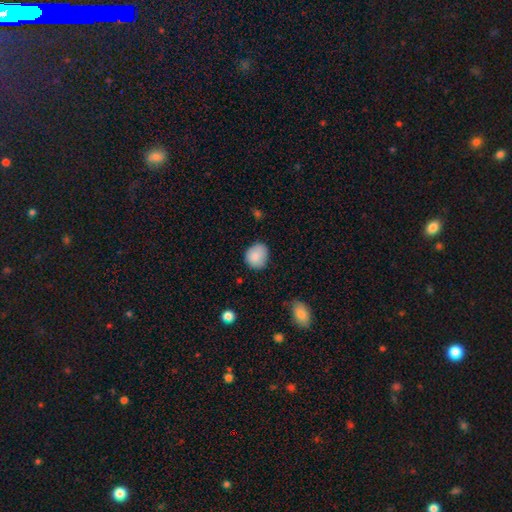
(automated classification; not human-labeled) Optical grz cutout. It shows a smooth galaxy with no disk features (87%) that is round (68%). Merging: none (72%).